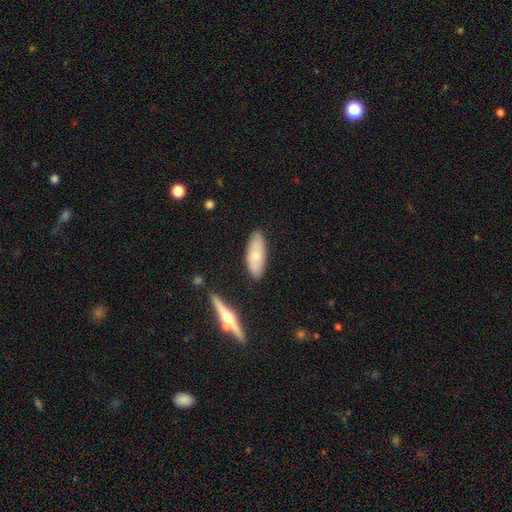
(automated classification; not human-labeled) Morphology: type=smooth (68%); roundness=in between (67%); merging=none (83%).